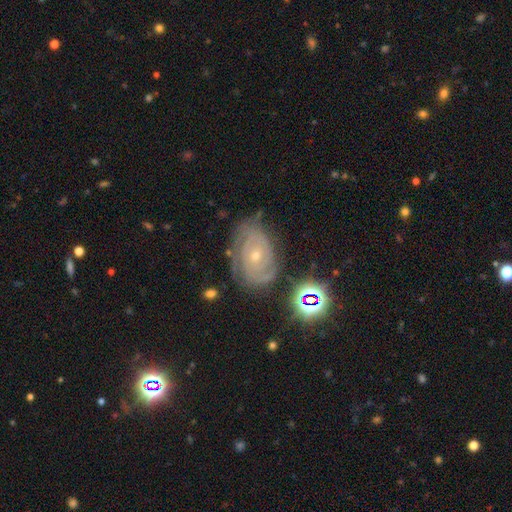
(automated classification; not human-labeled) A featured or disk galaxy (81%) with no bar (75%), tight (75%) spiral arms (94%) and a small central bulge (66%). Merging: none (71%).